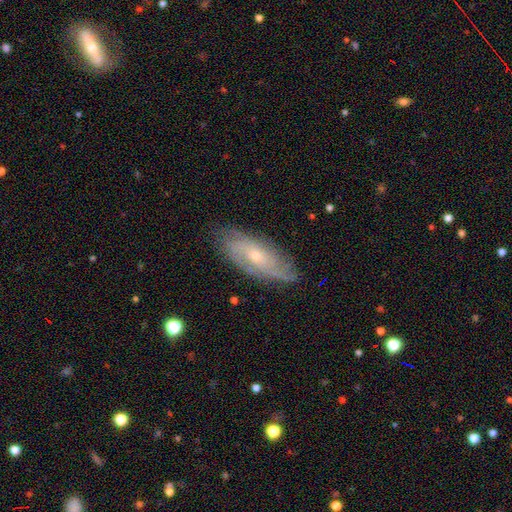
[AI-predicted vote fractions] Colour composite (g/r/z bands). It shows a featured or disk galaxy (73%) with no bar (70%), tight (54%) spiral arms (91%) and a small central bulge (59%). Merging: none (77%).